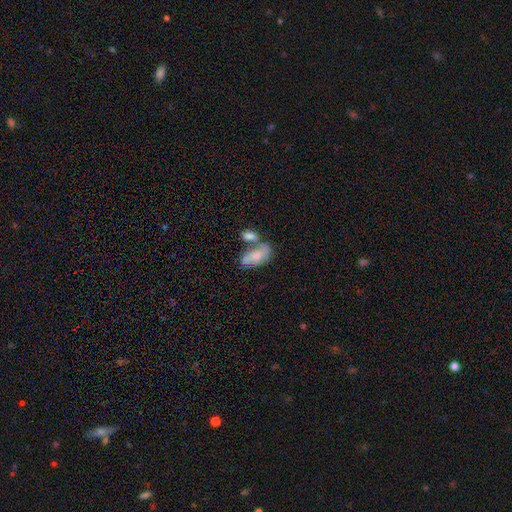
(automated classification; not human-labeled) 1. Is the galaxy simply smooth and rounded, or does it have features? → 60% smooth, 33% featured or disk, 7% star or artifact.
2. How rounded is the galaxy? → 91% in between, 4% cigar-shaped, 4% round.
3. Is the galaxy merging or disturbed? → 45% merger, 29% none, 16% minor disturbance, 9% major disturbance.